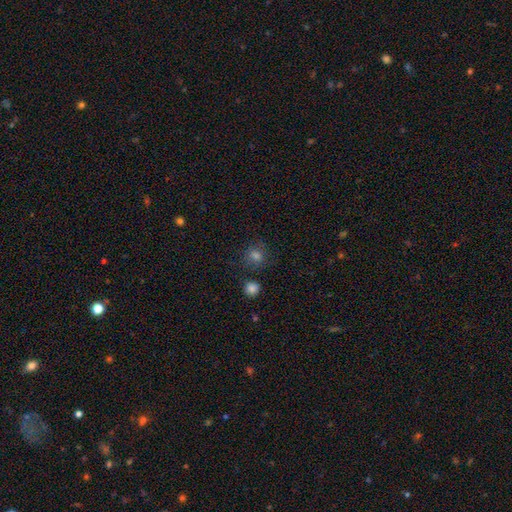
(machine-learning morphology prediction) A smooth galaxy with no disk features (71%) that is round (84%). Merging: none (81%).